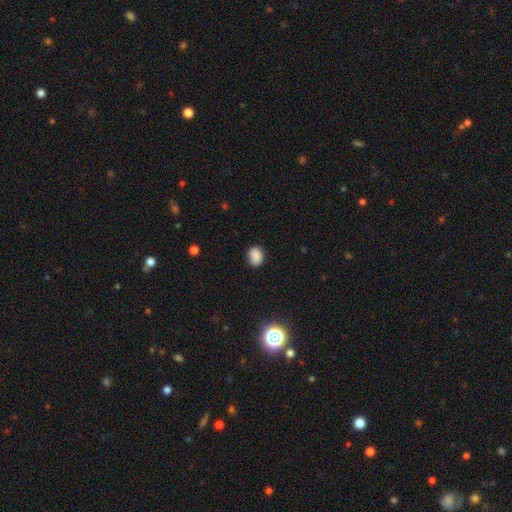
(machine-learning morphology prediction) Smooth or featured? smooth (86%)
How rounded? in between (61%)
Merging? none (79%)